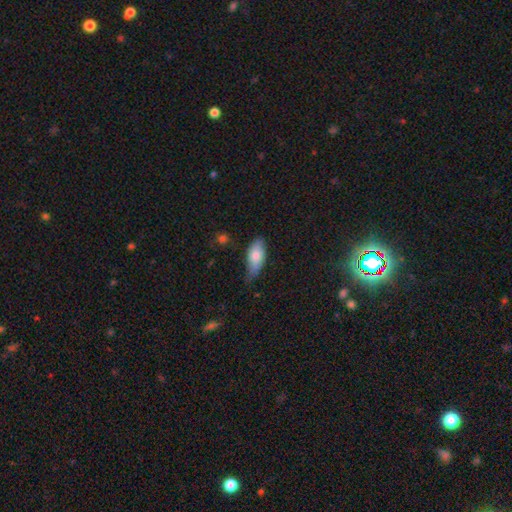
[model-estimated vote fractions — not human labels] Smooth or featured? Predicted: smooth (p=0.76). How rounded? Predicted: in between (p=0.87). Merging? Predicted: none (p=0.48).